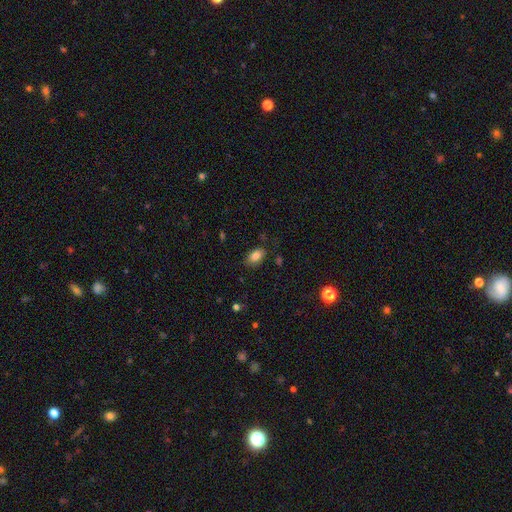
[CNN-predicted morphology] A smooth galaxy with no disk features (84%) that is in between round and cigar-shaped (89%).

Vote fractions:
- Smooth or featured? smooth: 84% / star or artifact: 9% / featured or disk: 7%
- How rounded? in between: 89% / round: 9% / cigar-shaped: 2%
- Merging? none: 78% / minor disturbance: 16% / major disturbance: 4% / merger: 2%